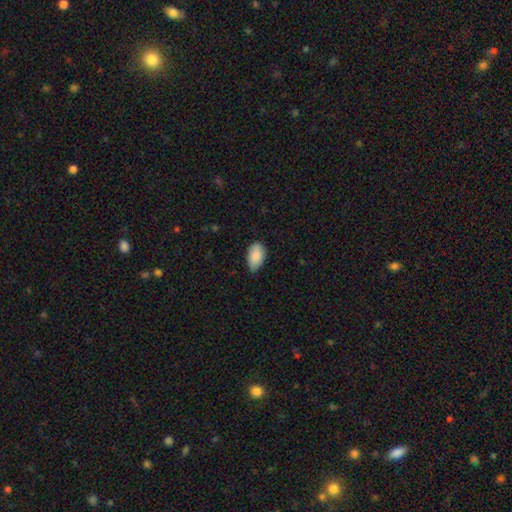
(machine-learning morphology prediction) Smooth or featured? Predicted: smooth (p=0.87). How rounded? Predicted: in between (p=0.94). Merging? Predicted: none (p=0.64).